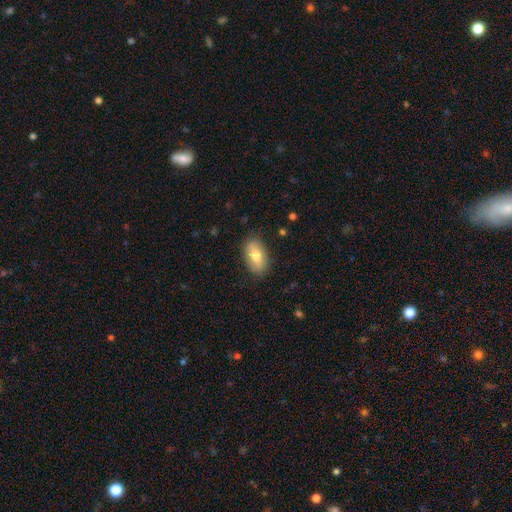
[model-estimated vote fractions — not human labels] Smooth or featured? smooth (68%)
How rounded? in between (90%)
Merging? none (84%)